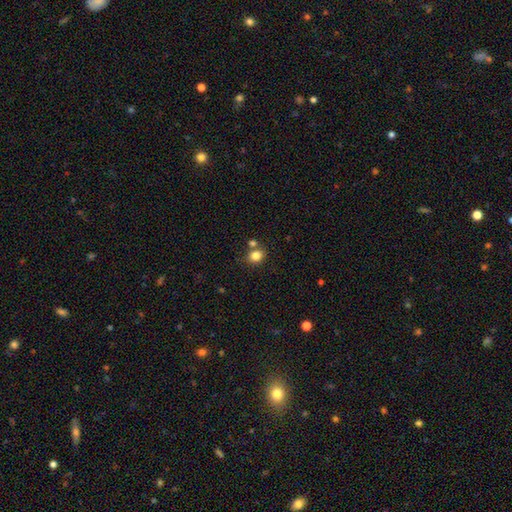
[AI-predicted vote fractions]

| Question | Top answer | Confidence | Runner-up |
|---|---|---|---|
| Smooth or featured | smooth | 83% | star or artifact (11%) |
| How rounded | round | 58% | in between (41%) |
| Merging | none | 65% | merger (20%) |